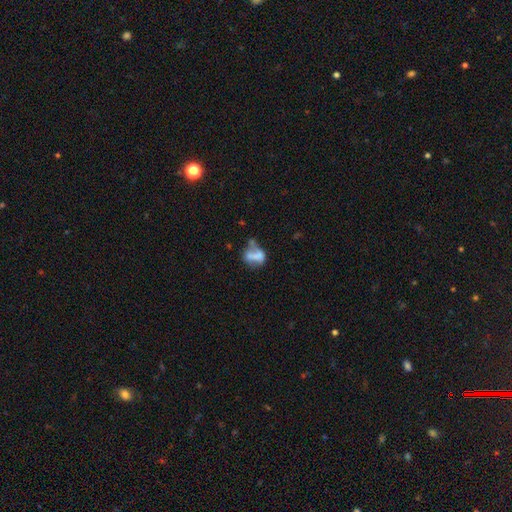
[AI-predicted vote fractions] smooth_or_featured: smooth (p=0.51) [alt: featured or disk p=0.38]
how_rounded: in between (p=0.69) [alt: round p=0.26]
merging: merger (p=0.35) [alt: none p=0.25]